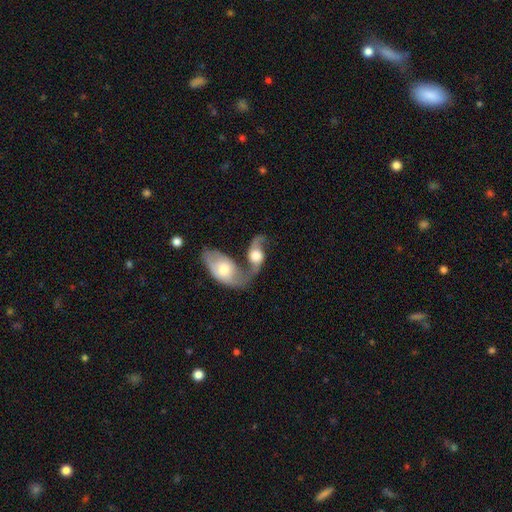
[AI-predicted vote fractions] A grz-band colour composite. It shows a featured or disk galaxy (73%) with no bar (64%), 2 (88%) loose (73%) spiral arms (89%) and a large central bulge (42%). Merging: merger (63%).